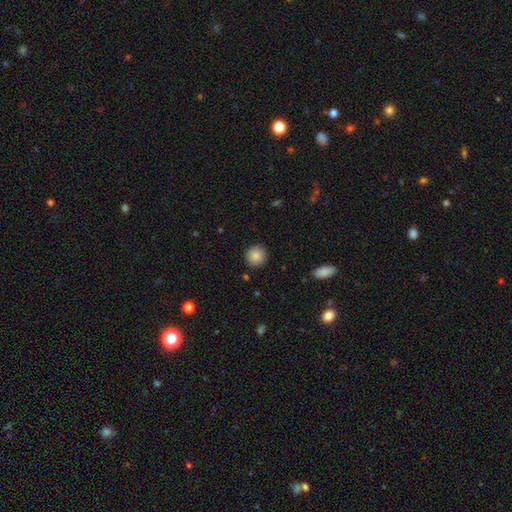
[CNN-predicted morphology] The model was most divided on "smooth or featured": smooth: 86%, star or artifact: 8%, featured or disk: 5%. More confident: how rounded — round (93%); merging — none (91%).